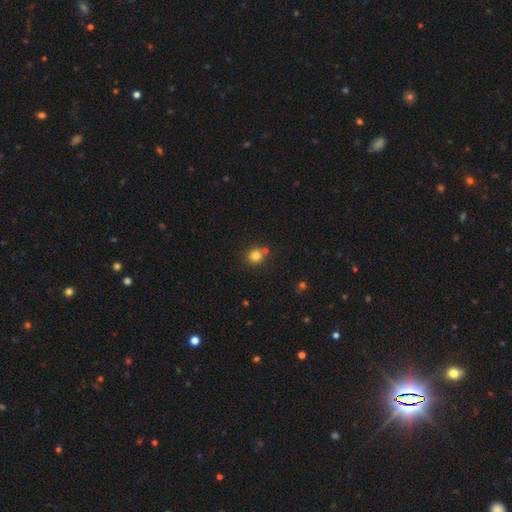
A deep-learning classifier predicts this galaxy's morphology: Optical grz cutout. It shows a smooth galaxy with no disk features (80%) that is round (90%). Merging: none (74%).